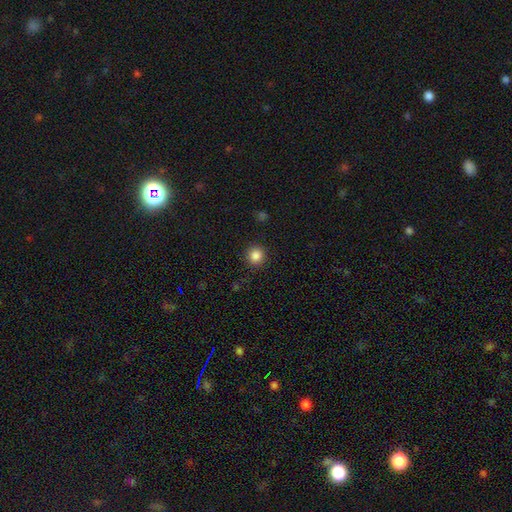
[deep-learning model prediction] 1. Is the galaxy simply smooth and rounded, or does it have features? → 85% smooth, 11% star or artifact, 4% featured or disk.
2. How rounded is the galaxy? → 94% round, 5% in between, 1% cigar-shaped.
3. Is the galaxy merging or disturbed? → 91% none, 5% minor disturbance, 2% major disturbance, 1% merger.